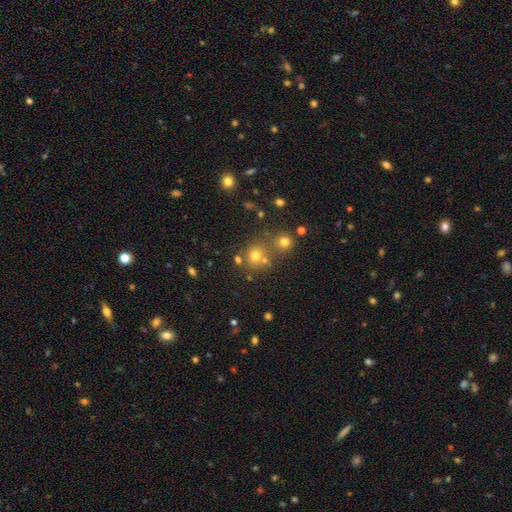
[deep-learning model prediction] Smooth or featured?
  - smooth: 67% *
  - star or artifact: 23%
  - featured or disk: 10%
How rounded?
  - round: 86% *
  - in between: 13%
  - cigar-shaped: 1%
Merging?
  - none: 62% *
  - merger: 25%
  - minor disturbance: 9%
  - major disturbance: 4%